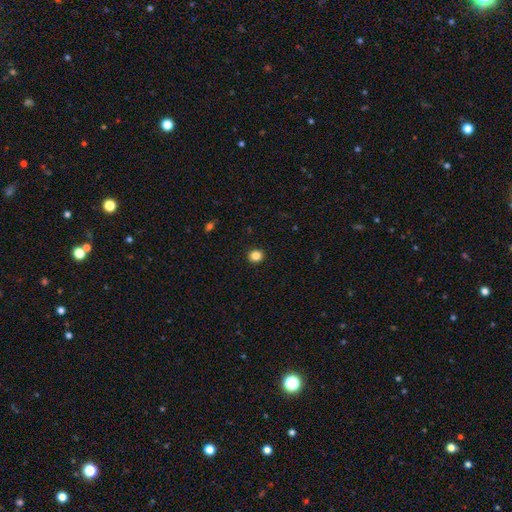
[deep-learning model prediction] Morphology: type=smooth (85%); roundness=round (84%); merging=none (93%).